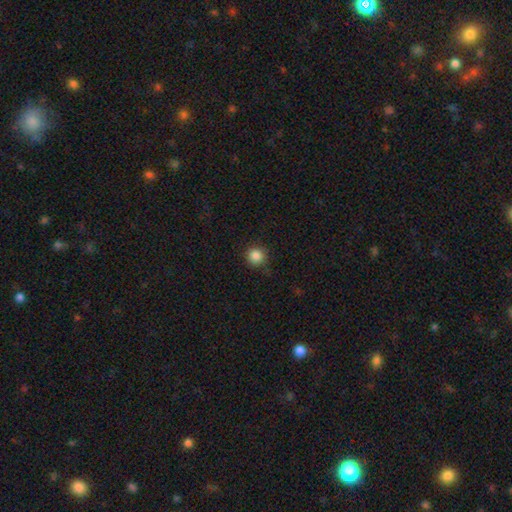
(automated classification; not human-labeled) Smooth or featured?
  - smooth: 86% *
  - star or artifact: 11%
  - featured or disk: 4%
How rounded?
  - round: 95% *
  - in between: 4%
  - cigar-shaped: 1%
Merging?
  - none: 88% *
  - minor disturbance: 8%
  - major disturbance: 2%
  - merger: 1%